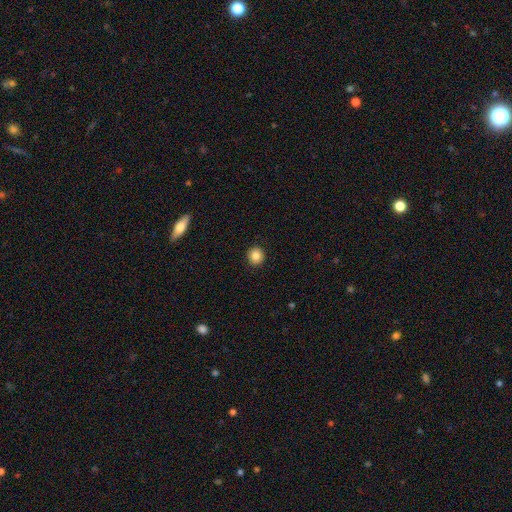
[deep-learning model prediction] Overall: smooth (85%). How rounded: round (92%). Merging: none (92%).